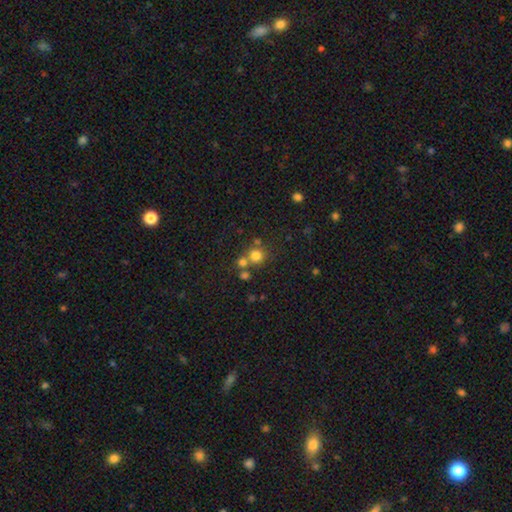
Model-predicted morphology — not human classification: Smooth or featured: smooth — 76% (star or artifact — 16%)
How rounded: round — 90% (in between — 9%)
Merging: none — 60% (merger — 29%)